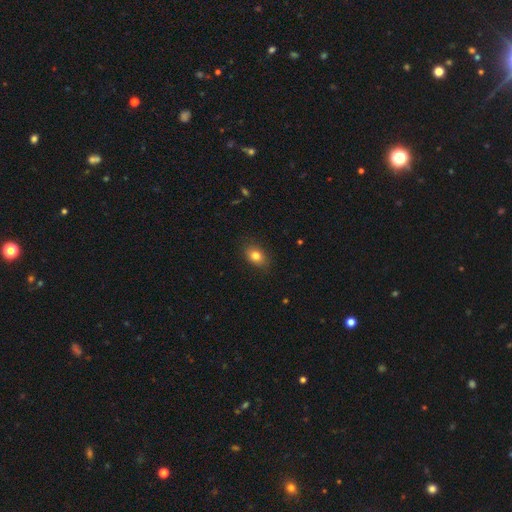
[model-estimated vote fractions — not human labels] smooth_or_featured: smooth (p=0.81) [alt: star or artifact p=0.10]
how_rounded: in between (p=0.71) [alt: round p=0.28]
merging: none (p=0.84) [alt: minor disturbance p=0.12]